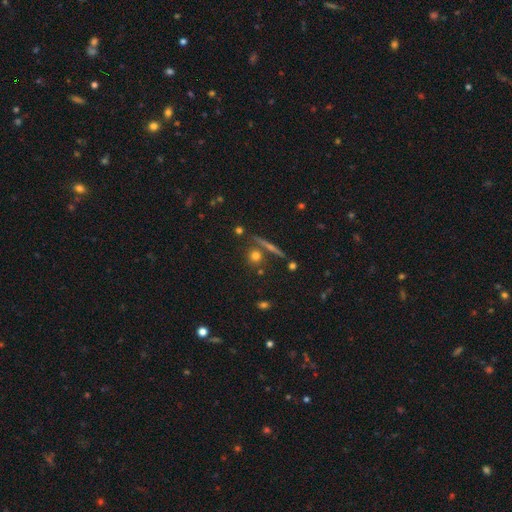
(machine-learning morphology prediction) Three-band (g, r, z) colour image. It shows a smooth galaxy with no disk features (68%) that is round (83%). Merging: none (74%).